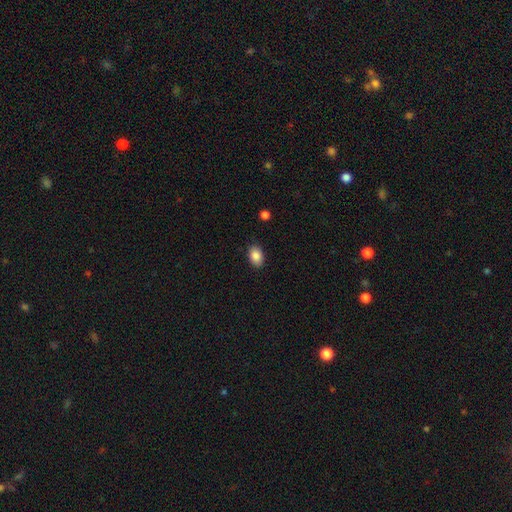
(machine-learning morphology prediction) A smooth galaxy with no disk features (86%) that is in between round and cigar-shaped (84%).

Vote fractions:
- Smooth or featured? smooth: 86% / star or artifact: 8% / featured or disk: 6%
- How rounded? in between: 84% / round: 15% / cigar-shaped: 1%
- Merging? none: 88% / minor disturbance: 9% / major disturbance: 2% / merger: 1%